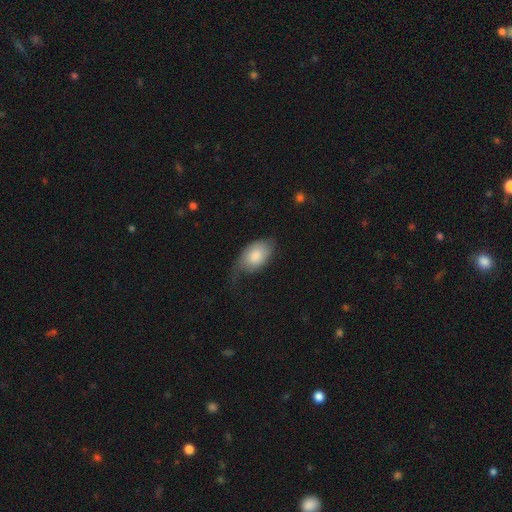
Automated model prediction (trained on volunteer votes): Smooth or featured? smooth (75%)
How rounded? in between (90%)
Merging? minor disturbance (34%, tied with none)